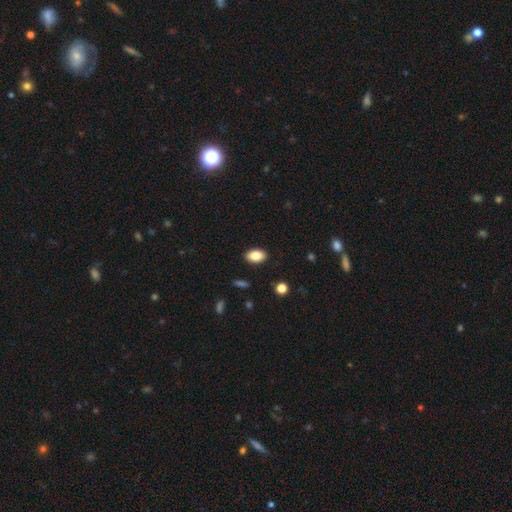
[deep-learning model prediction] The model was most divided on "smooth or featured": smooth: 85%, star or artifact: 8%, featured or disk: 7%. More confident: how rounded — in between (90%); merging — none (89%).